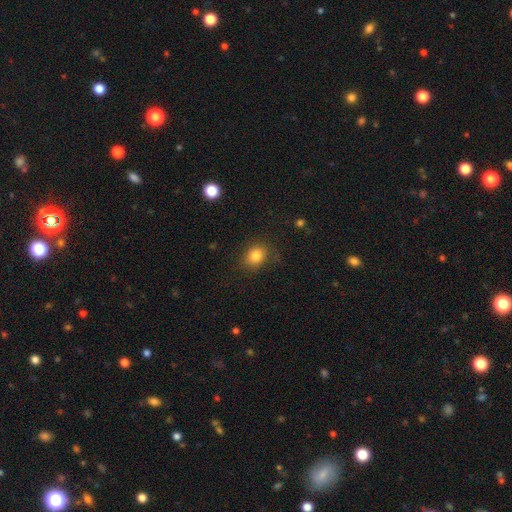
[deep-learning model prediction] Smooth or featured? smooth (83%)
How rounded? round (55%)
Merging? none (78%)